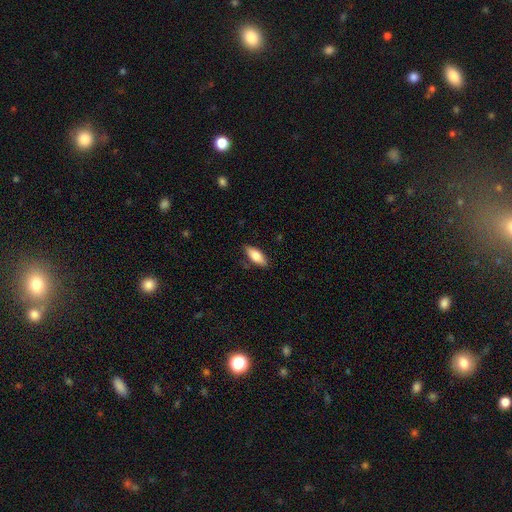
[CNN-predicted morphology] Q: Smooth or featured?
A: smooth (77%); runner-up: featured or disk (16%)
Q: How rounded?
A: in between (80%); runner-up: cigar-shaped (18%)
Q: Merging?
A: none (83%); runner-up: minor disturbance (13%)